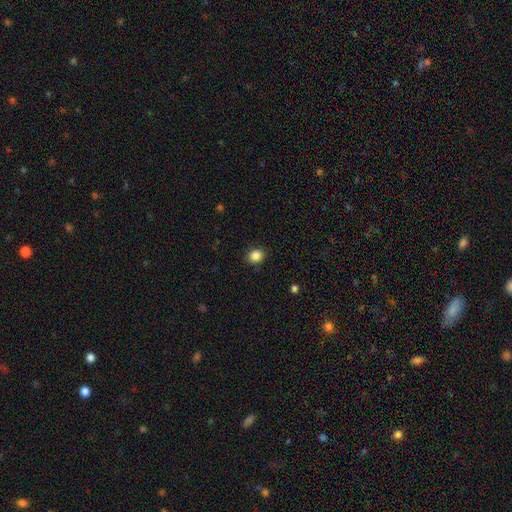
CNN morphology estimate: This appears to be a smooth galaxy with no disk features (86%) that is round (67%). Merging: none (89%).